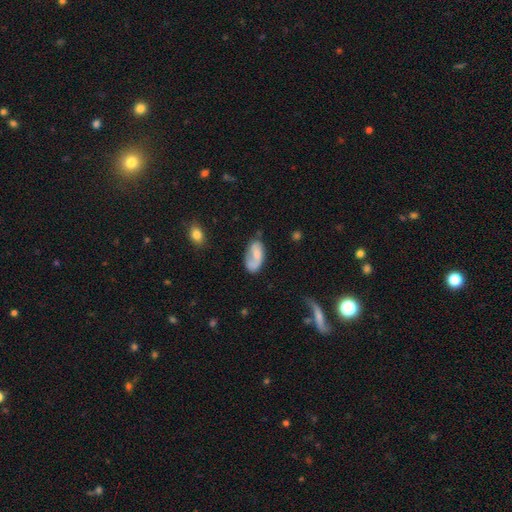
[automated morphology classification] A smooth galaxy with no disk features (51%) that is in between round and cigar-shaped (93%). Merging: none (47%).